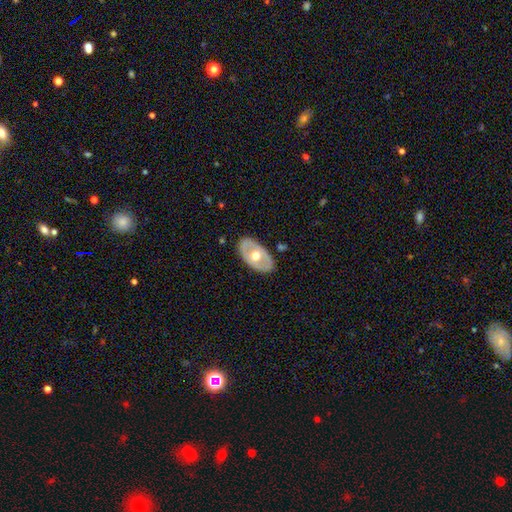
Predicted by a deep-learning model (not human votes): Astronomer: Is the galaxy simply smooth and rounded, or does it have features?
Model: featured or disk — 56% (runner-up: smooth, 40%).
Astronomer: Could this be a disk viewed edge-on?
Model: no — 86%.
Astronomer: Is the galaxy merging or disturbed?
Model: none — 84%.